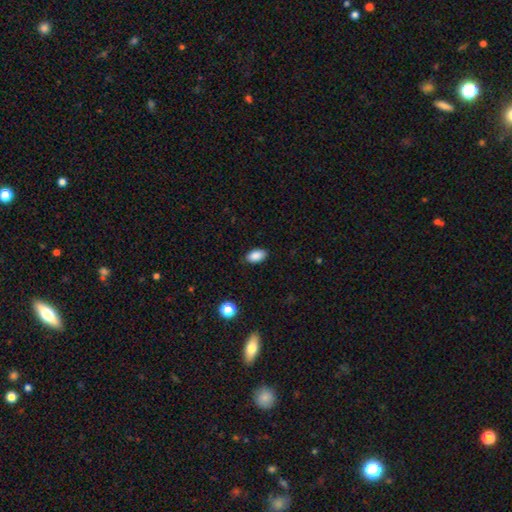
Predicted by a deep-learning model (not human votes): Smooth or featured? smooth (88%)
How rounded? in between (93%)
Merging? none (86%)